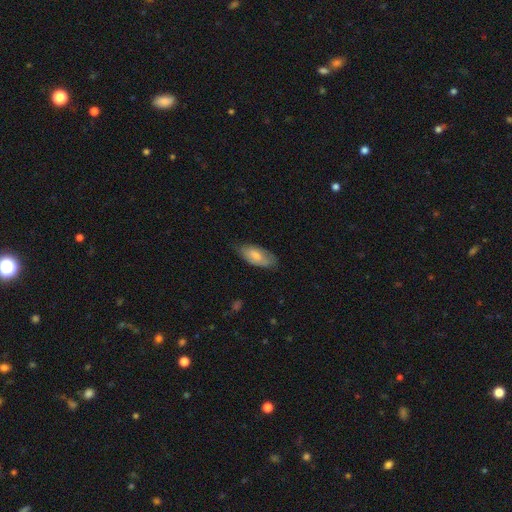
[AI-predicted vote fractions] smooth 67%, featured or disk 28%, star or artifact 6%. Down the decision tree: how rounded — in between (89%); merging — none (70%).